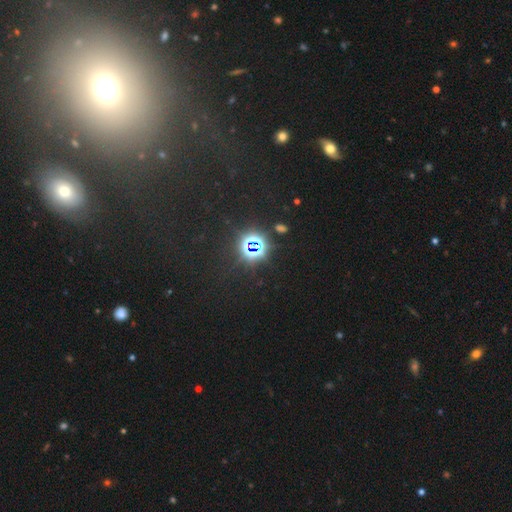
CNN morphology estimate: Q: Smooth or featured?
A: star or artifact (73%); runner-up: smooth (16%)